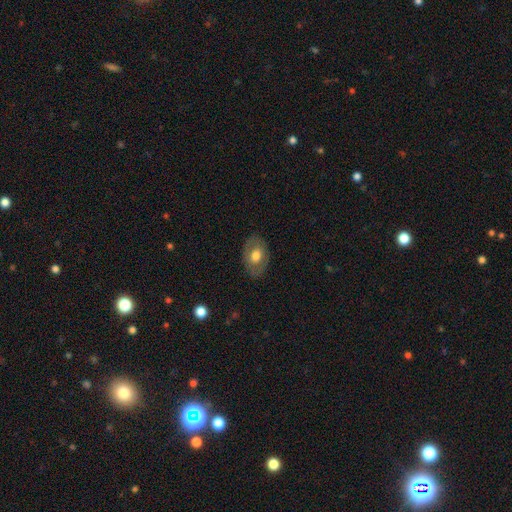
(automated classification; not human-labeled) This appears to be a smooth galaxy with no disk features (57%) that is in between round and cigar-shaped (80%). Merging: none (82%).